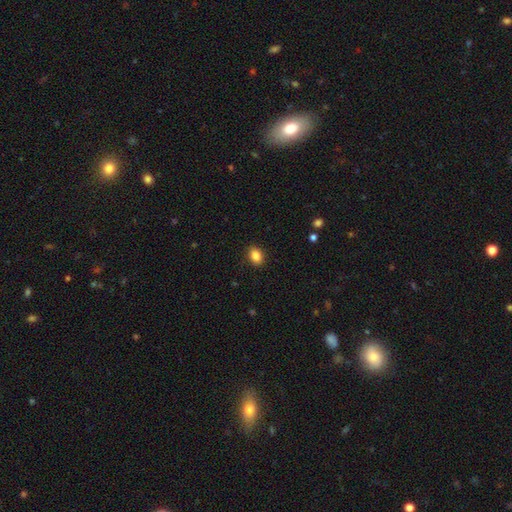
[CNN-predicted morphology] Smooth or featured?
  - smooth: 87% *
  - star or artifact: 9%
  - featured or disk: 4%
How rounded?
  - in between: 73% *
  - round: 26%
  - cigar-shaped: 1%
Merging?
  - none: 88% *
  - minor disturbance: 9%
  - major disturbance: 2%
  - merger: 1%